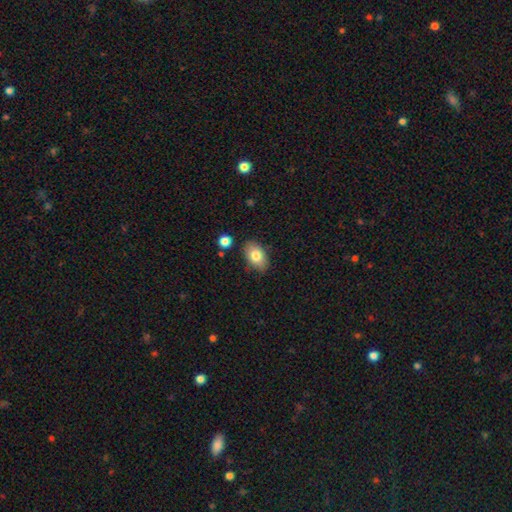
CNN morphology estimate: This appears to be a smooth galaxy with no disk features (80%) that is in between round and cigar-shaped (89%). Merging: none (81%).